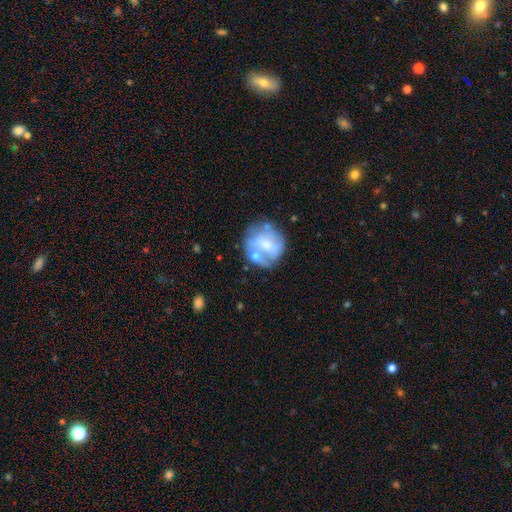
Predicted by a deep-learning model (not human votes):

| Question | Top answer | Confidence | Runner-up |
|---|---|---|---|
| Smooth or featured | featured or disk | 51% | smooth (41%) |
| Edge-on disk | no | 97% | yes (3%) |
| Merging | none | 41% | merger (27%) |